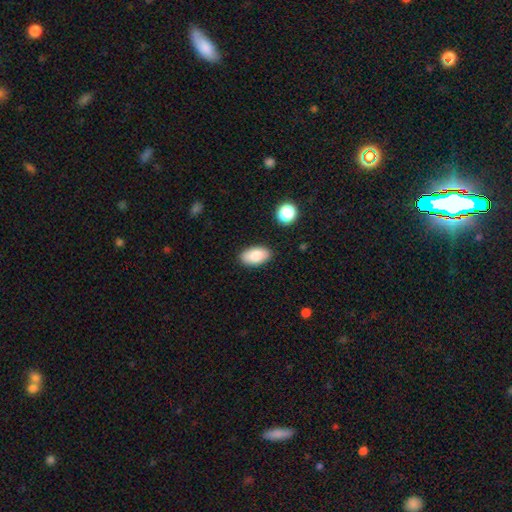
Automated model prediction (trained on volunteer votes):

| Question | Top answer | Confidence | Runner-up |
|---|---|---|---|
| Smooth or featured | smooth | 83% | featured or disk (10%) |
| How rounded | in between | 94% | round (4%) |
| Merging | none | 87% | minor disturbance (9%) |